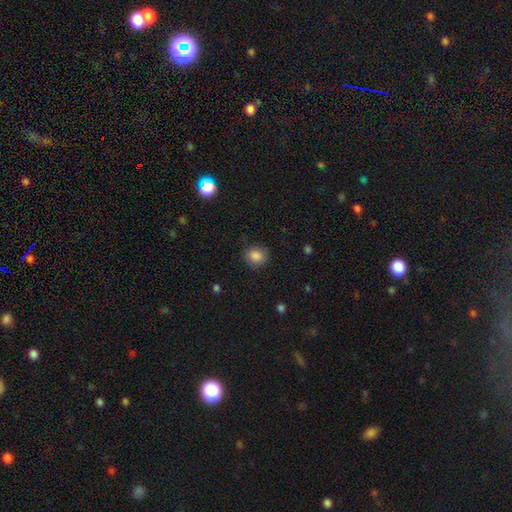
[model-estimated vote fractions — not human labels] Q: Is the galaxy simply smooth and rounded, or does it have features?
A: smooth — 86%.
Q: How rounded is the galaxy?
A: round — 81%.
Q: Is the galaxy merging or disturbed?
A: none — 85%.